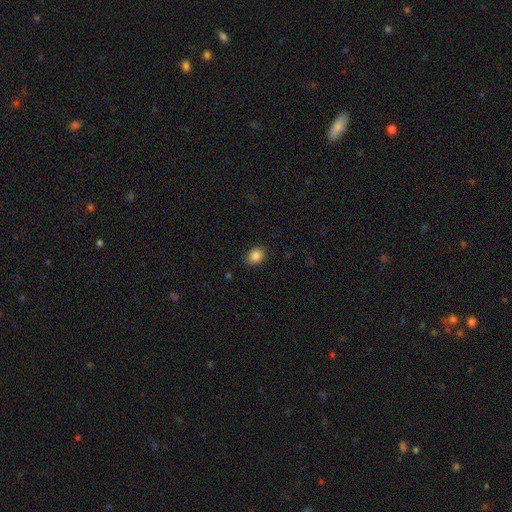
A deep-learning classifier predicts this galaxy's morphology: This is clearly a smooth galaxy (86%). How rounded: possibly in between (58%). Merging: clearly none (88%).